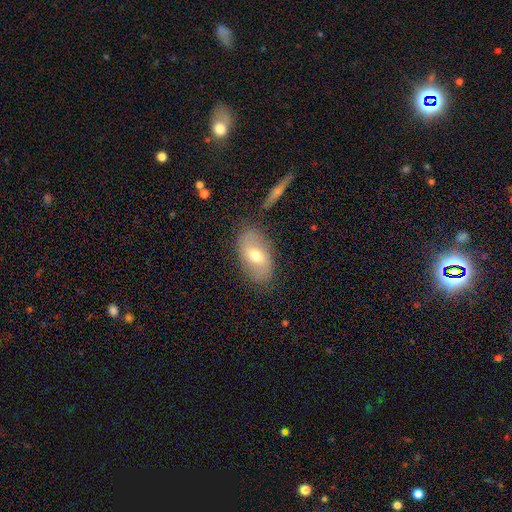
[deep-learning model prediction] This appears to be a smooth galaxy with no disk features (58%) that is in between round and cigar-shaped (91%). Merging: none (76%).